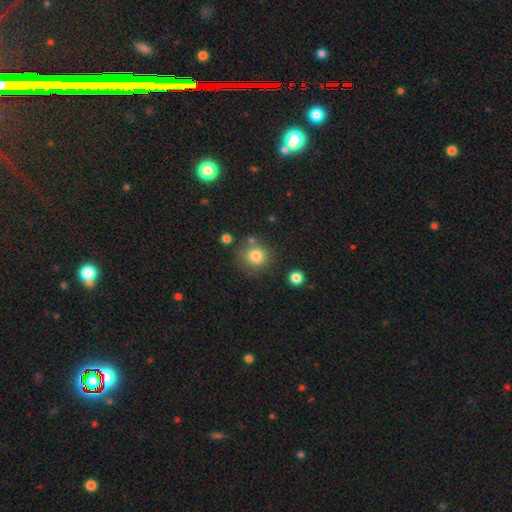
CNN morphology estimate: Smooth or featured?
  - smooth: 81% *
  - star or artifact: 11%
  - featured or disk: 7%
How rounded?
  - round: 91% *
  - in between: 8%
  - cigar-shaped: 1%
Merging?
  - none: 77% *
  - minor disturbance: 11%
  - merger: 8%
  - major disturbance: 4%